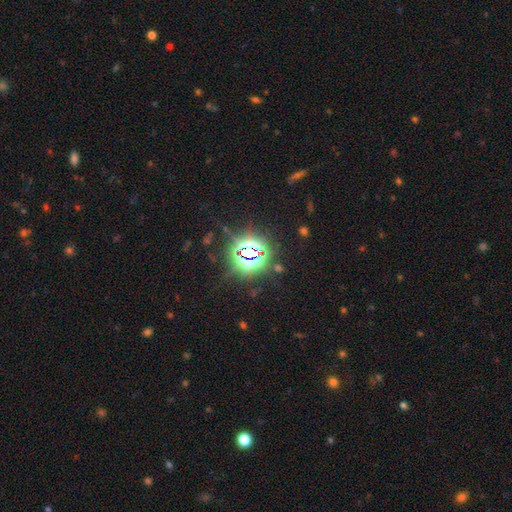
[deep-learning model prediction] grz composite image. It shows a star or artifact, not a galaxy (83%).